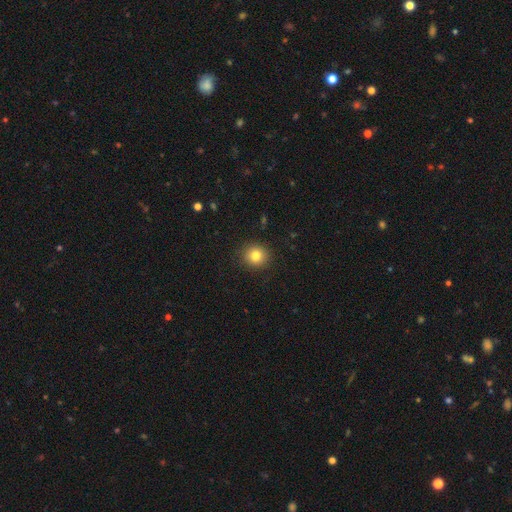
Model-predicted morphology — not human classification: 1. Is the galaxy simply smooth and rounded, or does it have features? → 82% smooth, 11% star or artifact, 7% featured or disk.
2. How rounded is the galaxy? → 90% round, 9% in between, 1% cigar-shaped.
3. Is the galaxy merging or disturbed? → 91% none, 6% minor disturbance, 2% major disturbance, 1% merger.